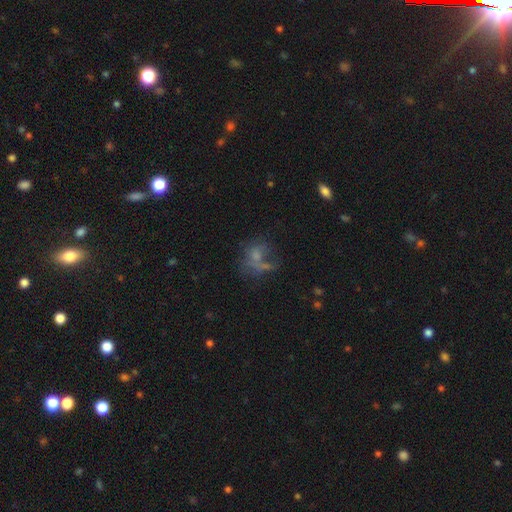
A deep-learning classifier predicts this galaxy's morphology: This appears to be a smooth galaxy with no disk features (47%). Merging: none (34%).